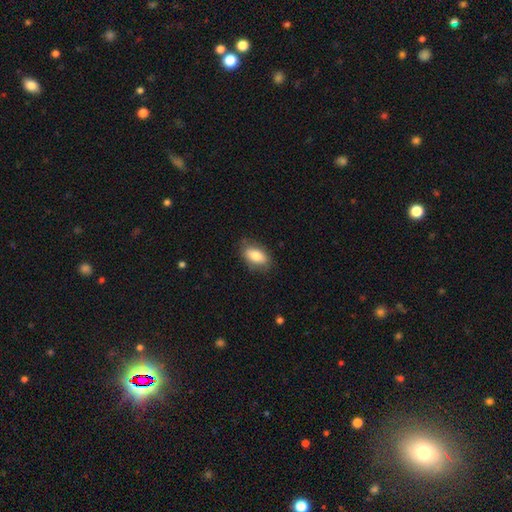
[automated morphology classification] smooth-or-featured: smooth: 79% | featured or disk: 14% | star or artifact: 7%
  how-rounded: in between: 89% | round: 6% | cigar-shaped: 5%
  merging: none: 80% | minor disturbance: 16% | major disturbance: 4% | merger: 1%